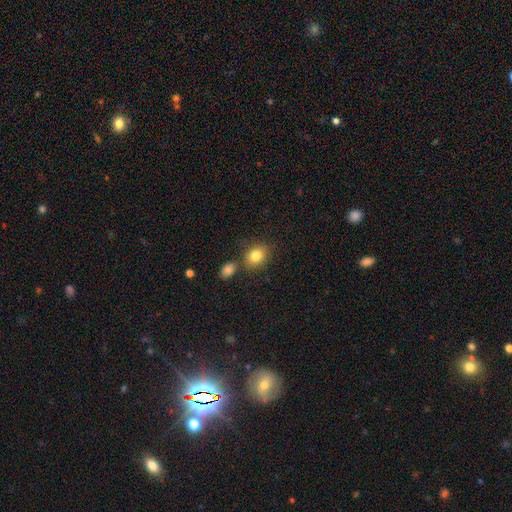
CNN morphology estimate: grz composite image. It shows a smooth galaxy with no disk features (82%) that is in between round and cigar-shaped (55%). Merging: none (71%).